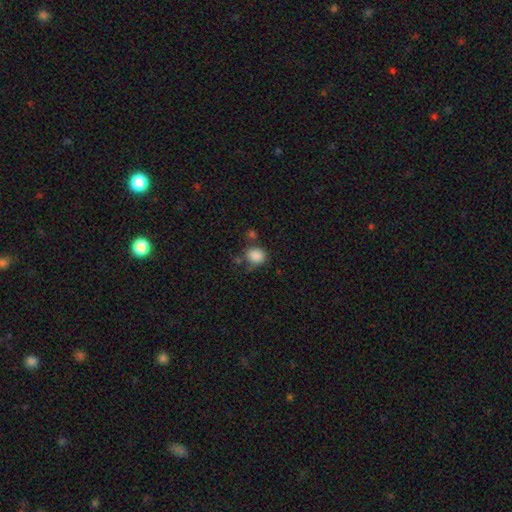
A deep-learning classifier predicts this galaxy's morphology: Smooth or featured? smooth (86%)
How rounded? round (71%)
Merging? none (61%)